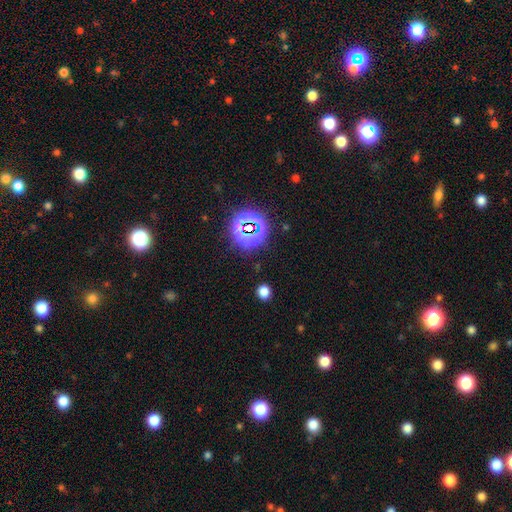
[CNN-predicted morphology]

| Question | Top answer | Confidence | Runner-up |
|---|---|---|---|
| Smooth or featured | star or artifact | 78% | smooth (15%) |